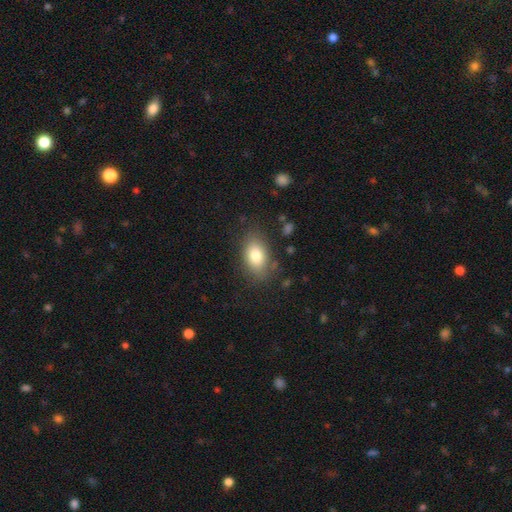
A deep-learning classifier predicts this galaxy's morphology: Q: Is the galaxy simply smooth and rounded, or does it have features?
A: smooth — 80%.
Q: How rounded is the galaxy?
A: in between — 88%.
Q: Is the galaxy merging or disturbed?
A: none — 80%.